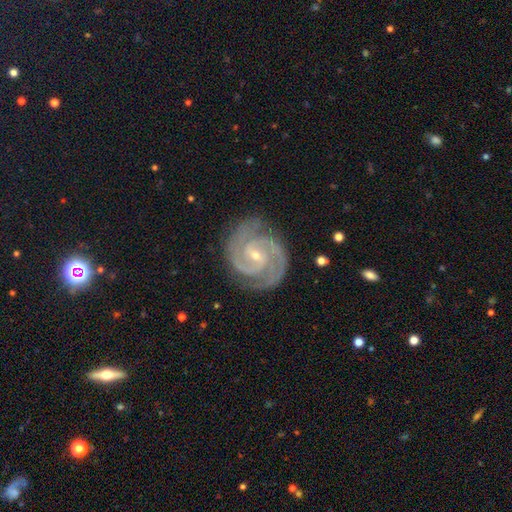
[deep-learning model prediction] Smooth or featured? featured or disk (93%)
Edge-on disk? no (98%)
Bar? no (44%)
Spiral arms? yes (99%)
Spiral winding? tight (66%)
Spiral arm count? 2 (68%)
Bulge size? small (74%)
Merging? none (81%)